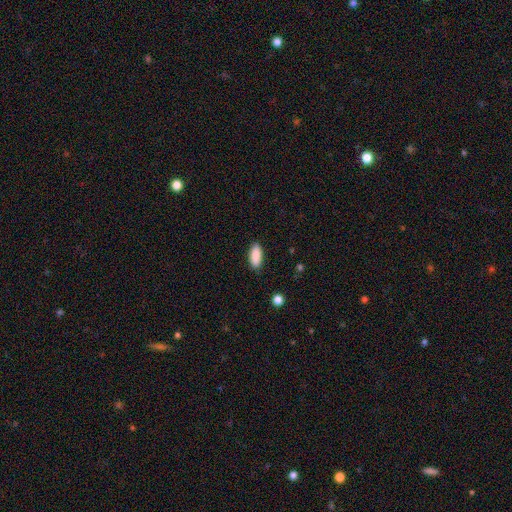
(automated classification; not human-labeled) The model was most divided on "how rounded": in between: 80%, cigar-shaped: 18%, round: 2%. More confident: smooth or featured — smooth (88%); merging — none (87%).